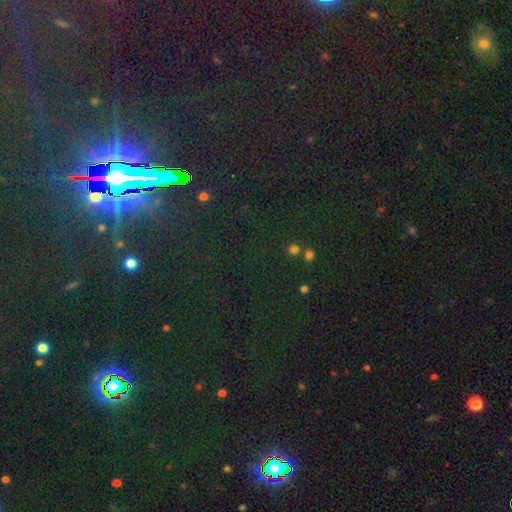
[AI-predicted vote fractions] Smooth or featured? star or artifact (81%)